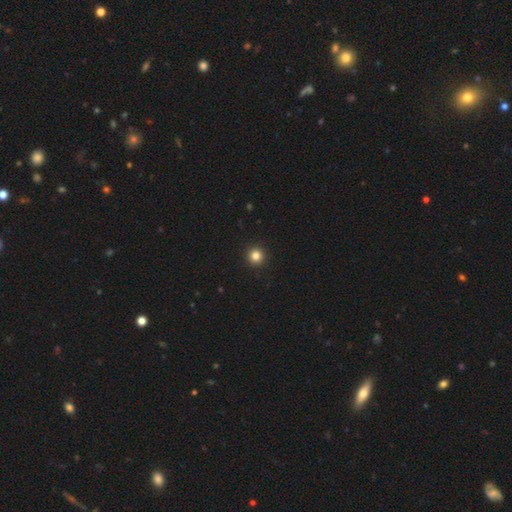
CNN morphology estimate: smooth 83%, star or artifact 13%, featured or disk 4%. Down the decision tree: how rounded — round (96%); merging — none (94%).